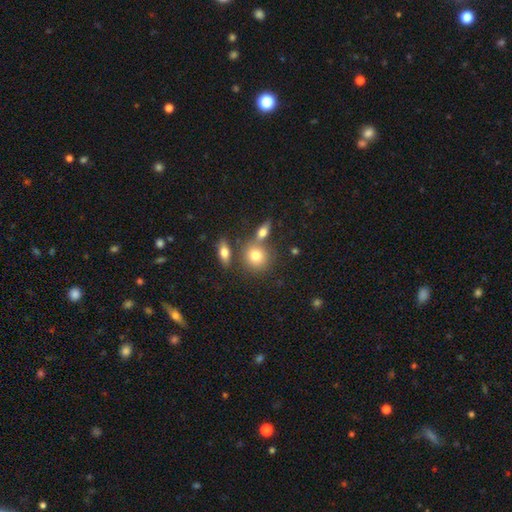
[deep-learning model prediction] Morphology: type=smooth (77%); roundness=round (76%); merging=none (58%).